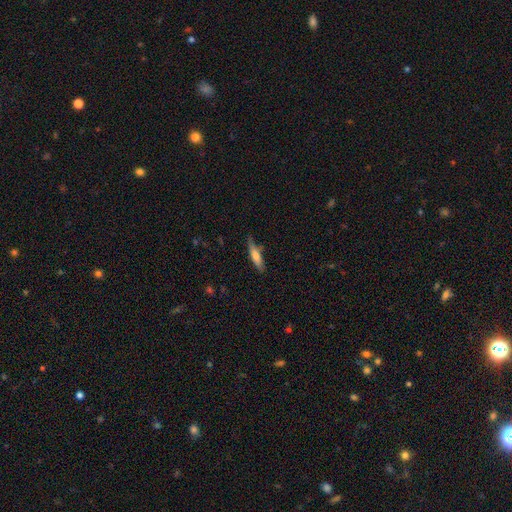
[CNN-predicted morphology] type=smooth (65%); roundness=cigar-shaped (75%); merging=none (69%).